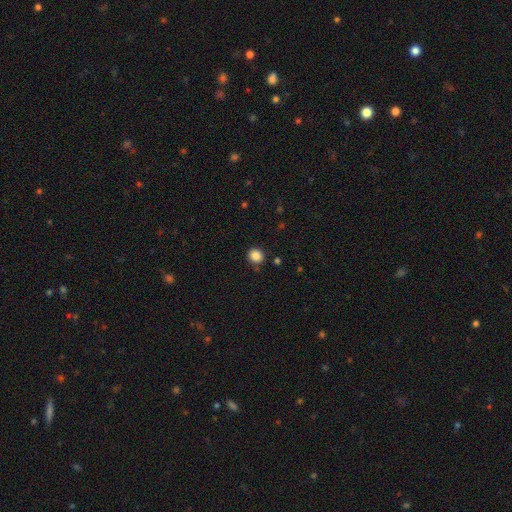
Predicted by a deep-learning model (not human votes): A smooth galaxy with no disk features (86%) that is round (84%). Merging: none (88%).